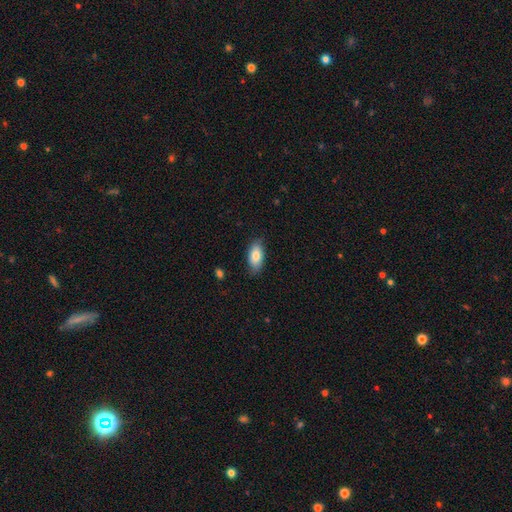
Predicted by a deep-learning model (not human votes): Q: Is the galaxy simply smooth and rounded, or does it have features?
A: smooth — 81%.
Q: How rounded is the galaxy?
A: in between — 91%.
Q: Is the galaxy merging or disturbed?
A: none — 82%.